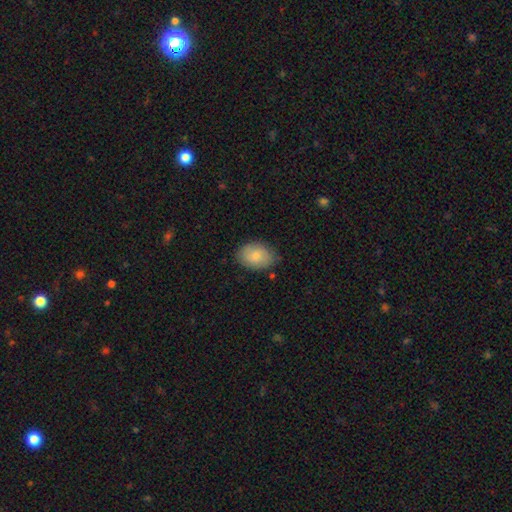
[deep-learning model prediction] A smooth galaxy with no disk features (79%) that is in between round and cigar-shaped (79%). Merging: none (79%).